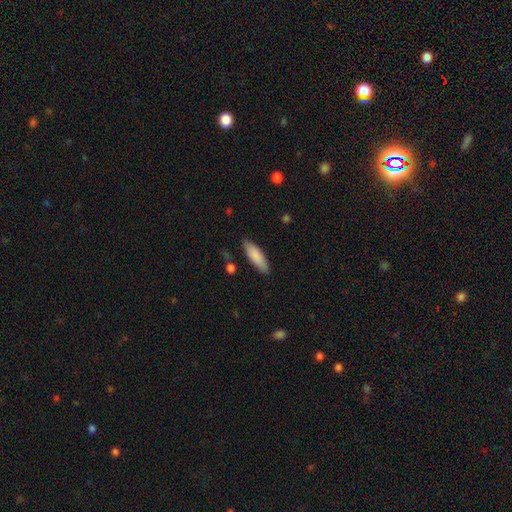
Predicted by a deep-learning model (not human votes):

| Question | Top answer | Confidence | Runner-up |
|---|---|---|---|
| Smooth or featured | smooth | 85% | featured or disk (9%) |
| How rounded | in between | 49% | tied: cigar-shaped (49%) |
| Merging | none | 86% | minor disturbance (11%) |